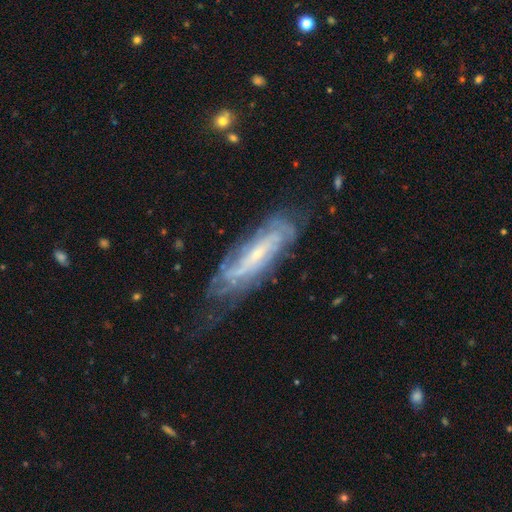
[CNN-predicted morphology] A featured or disk galaxy (82%) with no bar (47%), tight (61%) spiral arms (92%) and a small central bulge (75%). Merging: none (62%).